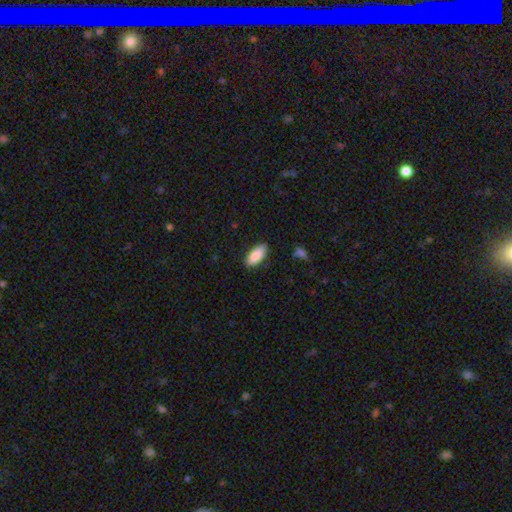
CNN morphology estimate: Overall: smooth (87%). How rounded: in between (85%). Merging: none (86%).